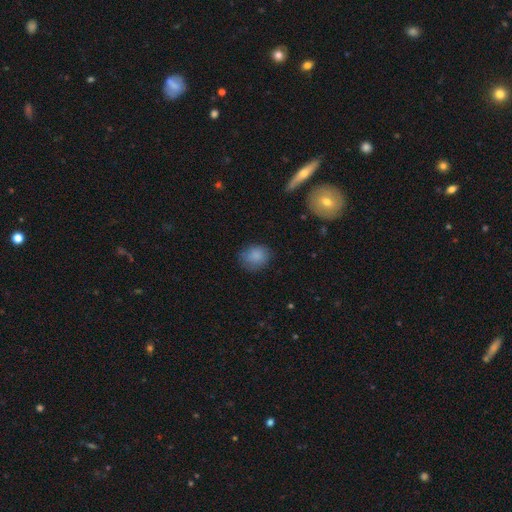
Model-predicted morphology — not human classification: The model was most divided on "how rounded": round: 67%, in between: 32%, cigar-shaped: 1%. More confident: smooth or featured — smooth (85%); merging — none (74%).